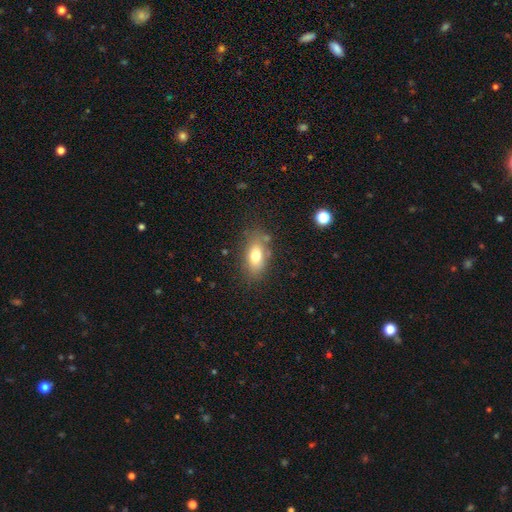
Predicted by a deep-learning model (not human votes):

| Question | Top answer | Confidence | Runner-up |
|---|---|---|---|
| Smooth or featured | smooth | 73% | featured or disk (17%) |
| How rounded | in between | 85% | round (9%) |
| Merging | none | 74% | minor disturbance (17%) |